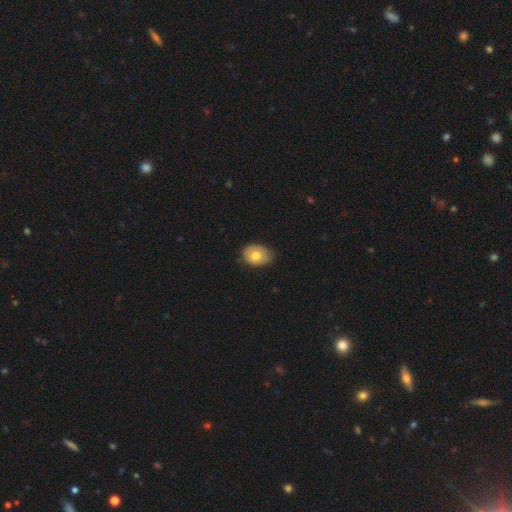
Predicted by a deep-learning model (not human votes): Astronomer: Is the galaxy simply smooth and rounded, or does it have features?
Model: smooth — 75%.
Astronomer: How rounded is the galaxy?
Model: in between — 65%.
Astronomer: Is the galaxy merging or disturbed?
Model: none — 75%.